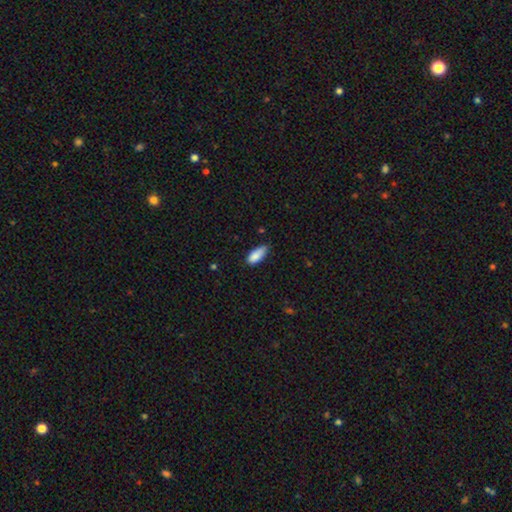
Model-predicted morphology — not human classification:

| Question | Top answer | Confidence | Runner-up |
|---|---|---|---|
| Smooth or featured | smooth | 86% | star or artifact (7%) |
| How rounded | in between | 84% | cigar-shaped (14%) |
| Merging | none | 54% | minor disturbance (38%) |